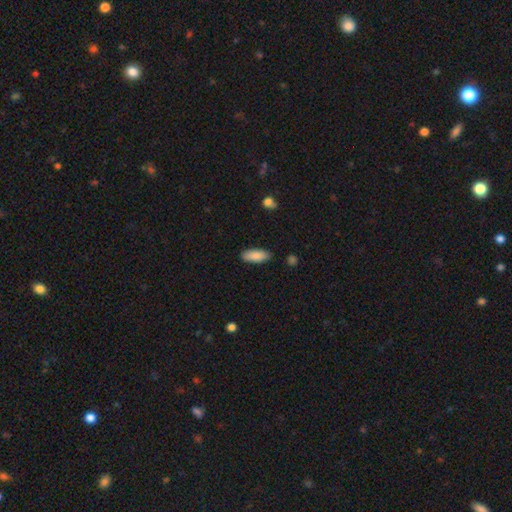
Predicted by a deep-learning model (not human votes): Morphology: type=smooth (88%); roundness=in between (74%); merging=none (86%).